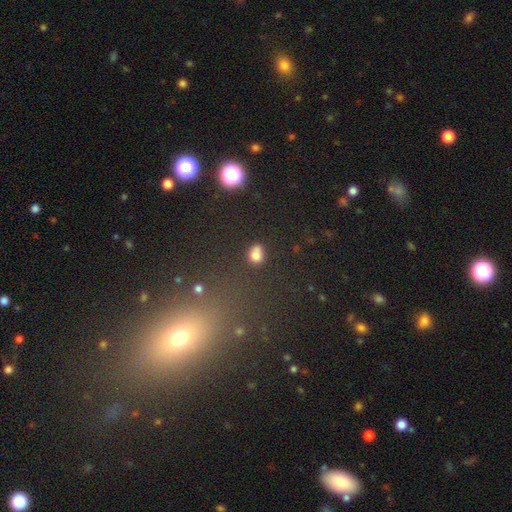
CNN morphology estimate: Smooth or featured? Predicted: smooth (p=0.78). How rounded? Predicted: in between (p=0.54). Merging? Predicted: none (p=0.63).